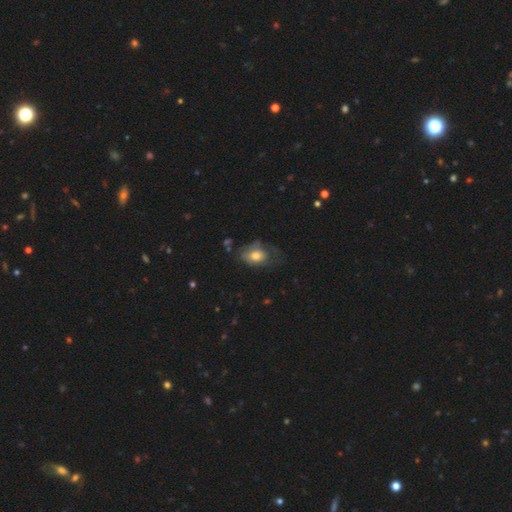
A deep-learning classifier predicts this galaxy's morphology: Smooth or featured? smooth (64%)
How rounded? in between (81%)
Merging? none (37%)